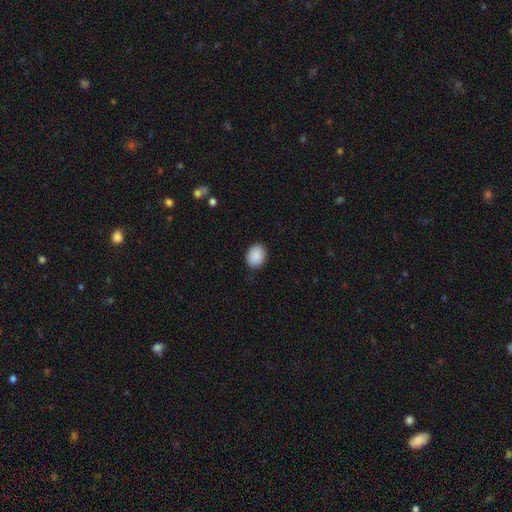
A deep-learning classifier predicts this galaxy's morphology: A smooth galaxy with no disk features (90%) that is in between round and cigar-shaped (56%).

Vote fractions:
- Smooth or featured? smooth: 90% / star or artifact: 7% / featured or disk: 3%
- How rounded? in between: 56% / round: 43% / cigar-shaped: 1%
- Merging? none: 88% / minor disturbance: 9% / major disturbance: 2% / merger: 1%